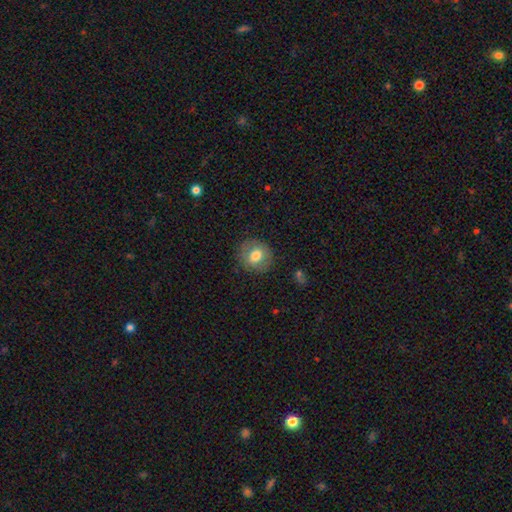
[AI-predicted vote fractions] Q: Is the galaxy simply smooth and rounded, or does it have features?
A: smooth — 71%.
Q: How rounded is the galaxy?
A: round — 79%.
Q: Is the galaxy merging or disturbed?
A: none — 83%.